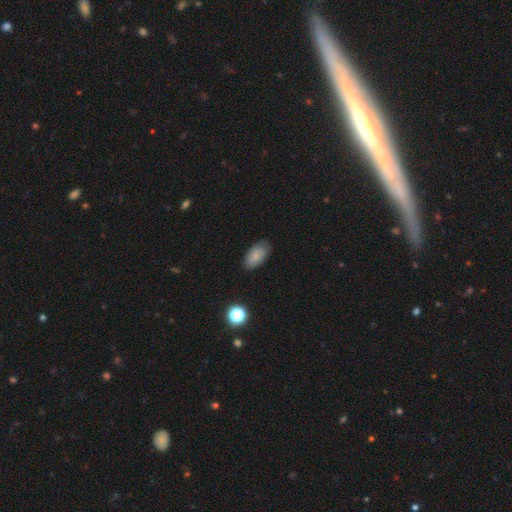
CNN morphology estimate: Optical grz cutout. It shows a smooth galaxy with no disk features (82%) that is in between round and cigar-shaped (93%). Merging: none (82%).